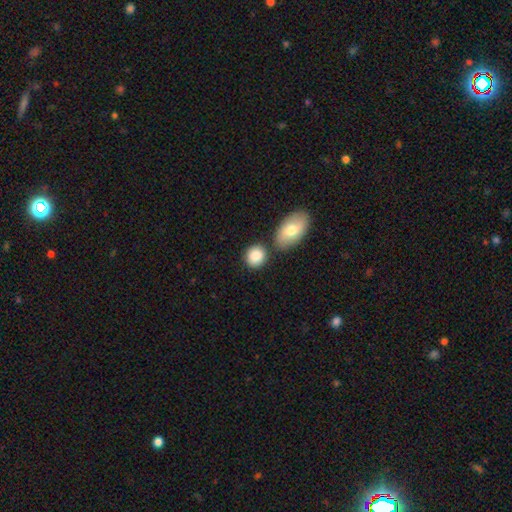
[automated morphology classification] A smooth galaxy with no disk features (86%) that is round (65%). Merging: none (70%).